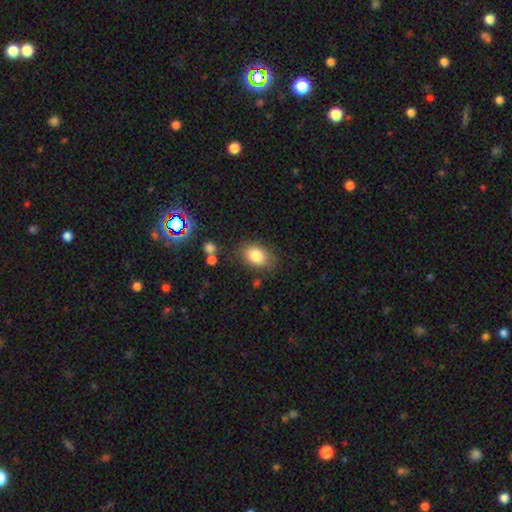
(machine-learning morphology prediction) Overall: smooth (83%). How rounded: in between (77%). Merging: none (77%).